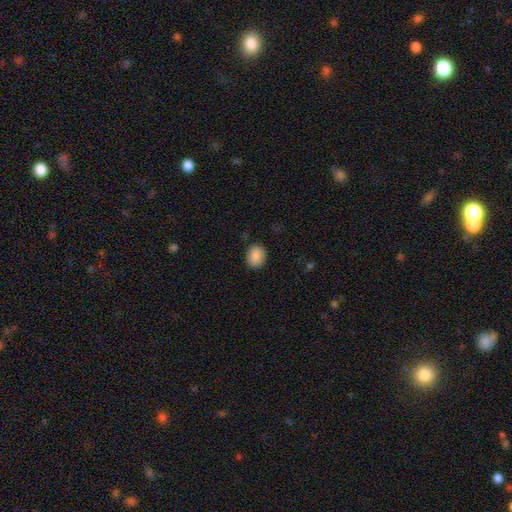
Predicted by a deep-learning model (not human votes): Smooth or featured? Predicted: smooth (p=0.88). How rounded? Predicted: round (p=0.57). Merging? Predicted: none (p=0.85).